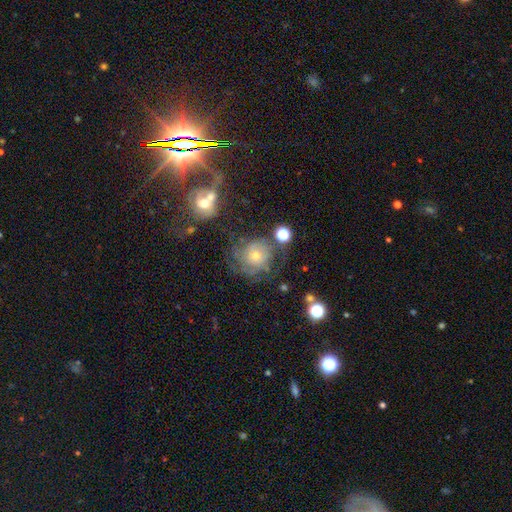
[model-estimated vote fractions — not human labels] Morphology: type=featured or disk (59%); edge-on=no (97%); bar=no (81%); spiral arms=yes (81%); bulge=small (48%); merging=none (55%).